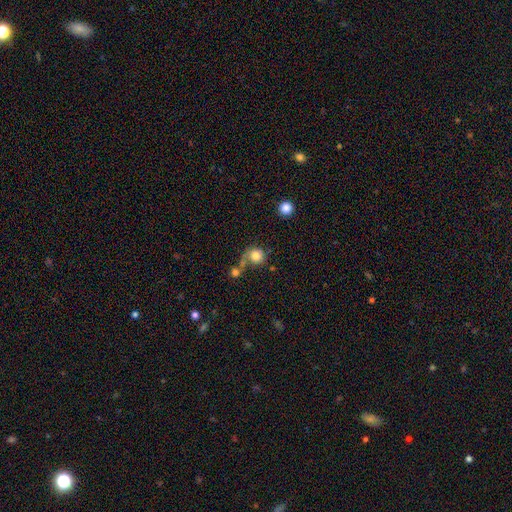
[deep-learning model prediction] A smooth galaxy with no disk features (79%) that is round (87%).

Vote fractions:
- Smooth or featured? smooth: 79% / featured or disk: 12% / star or artifact: 9%
- How rounded? round: 87% / in between: 12% / cigar-shaped: 1%
- Merging? none: 44% / merger: 30% / minor disturbance: 14% / major disturbance: 12%